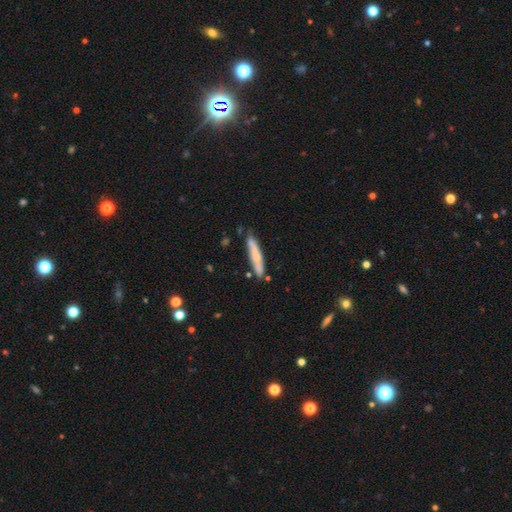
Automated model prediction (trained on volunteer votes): The model was most divided on "smooth or featured": smooth: 61%, featured or disk: 33%, star or artifact: 6%. More confident: how rounded — cigar-shaped (91%); merging — none (75%).